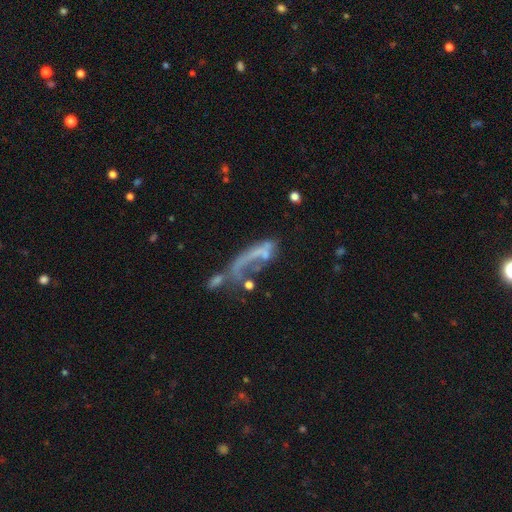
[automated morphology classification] Q: Smooth or featured?
A: featured or disk (54%); runner-up: smooth (30%)
Q: Edge-on disk?
A: no (83%); runner-up: yes (17%)
Q: Merging?
A: major disturbance (38%); runner-up: merger (28%)